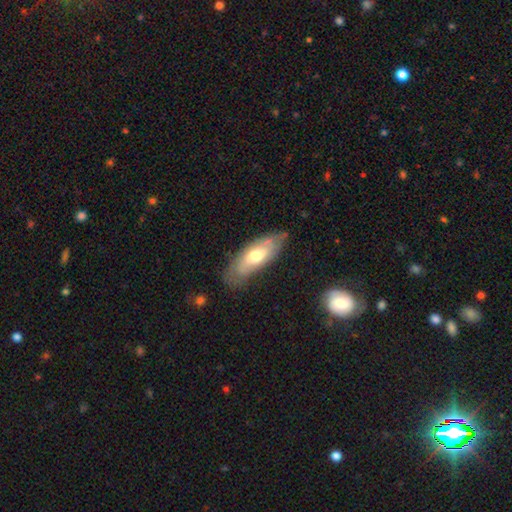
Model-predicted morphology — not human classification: smooth_or_featured: smooth (p=0.53) [alt: featured or disk p=0.41]
how_rounded: in between (p=0.72) [alt: cigar-shaped p=0.25]
merging: none (p=0.70) [alt: minor disturbance p=0.22]